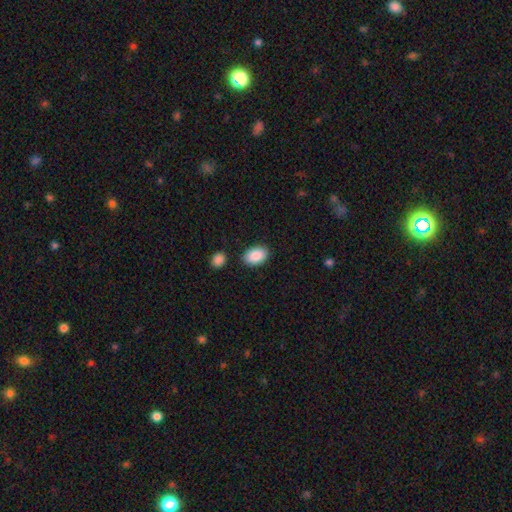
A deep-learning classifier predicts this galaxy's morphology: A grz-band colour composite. It shows a smooth galaxy with no disk features (89%) that is in between round and cigar-shaped (90%). Merging: none (85%).